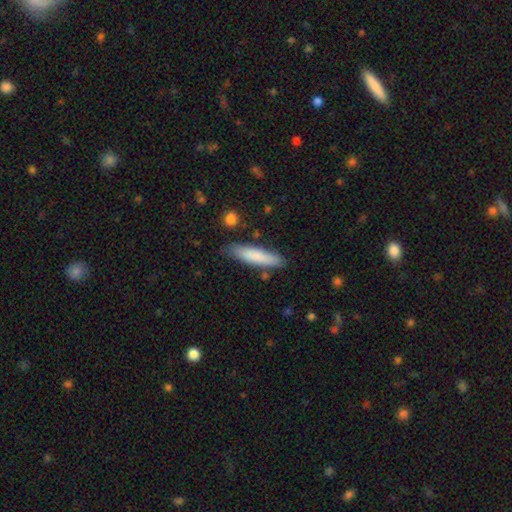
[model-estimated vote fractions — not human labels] This is clearly a smooth galaxy (81%). How rounded: clearly cigar-shaped (81%). Merging: clearly none (81%).